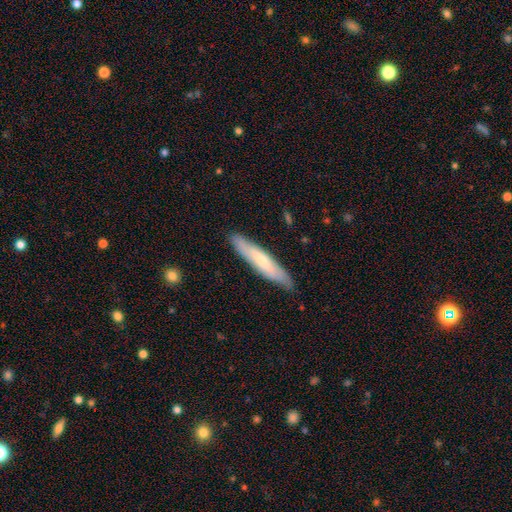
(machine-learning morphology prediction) type=smooth (56%); roundness=cigar-shaped (90%); merging=none (88%).